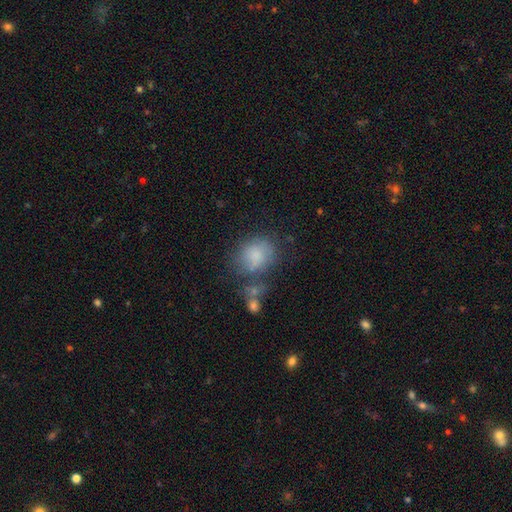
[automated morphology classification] This appears to be a smooth galaxy with no disk features (76%) that is round (57%). Merging: none (50%).